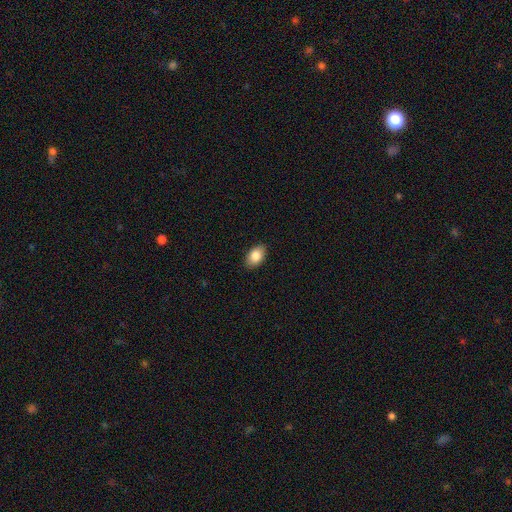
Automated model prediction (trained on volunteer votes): smooth 84%, featured or disk 8%, star or artifact 7%. Down the decision tree: how rounded — in between (90%); merging — none (88%).